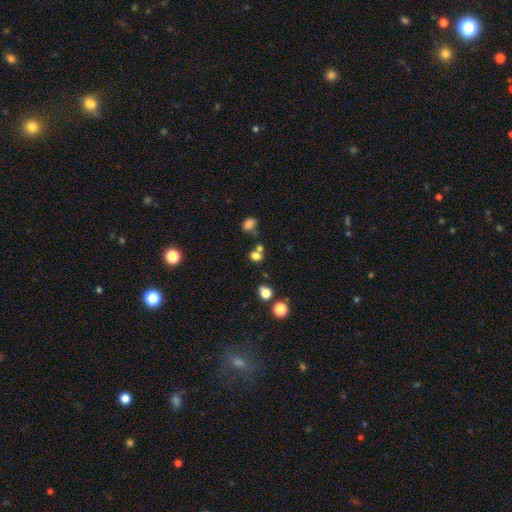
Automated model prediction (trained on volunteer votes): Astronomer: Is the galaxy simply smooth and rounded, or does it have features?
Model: smooth — 74%.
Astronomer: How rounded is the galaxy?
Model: round — 64%.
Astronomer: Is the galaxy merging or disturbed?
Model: none — 56%.